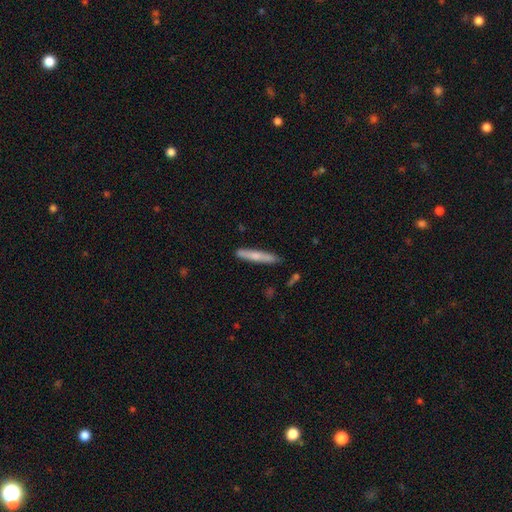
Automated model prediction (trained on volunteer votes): A smooth galaxy with no disk features (66%) that is cigar-shaped (93%). Merging: none (84%).